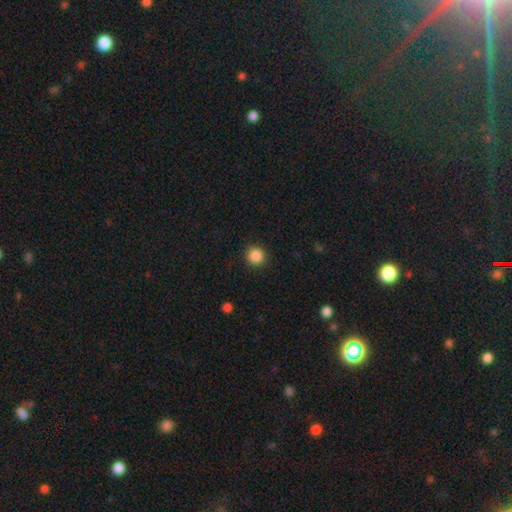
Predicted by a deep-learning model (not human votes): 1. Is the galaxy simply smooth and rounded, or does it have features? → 87% smooth, 10% star or artifact, 3% featured or disk.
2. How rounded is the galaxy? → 95% round, 4% in between, 1% cigar-shaped.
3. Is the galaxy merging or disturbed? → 92% none, 5% minor disturbance, 2% major disturbance, 1% merger.